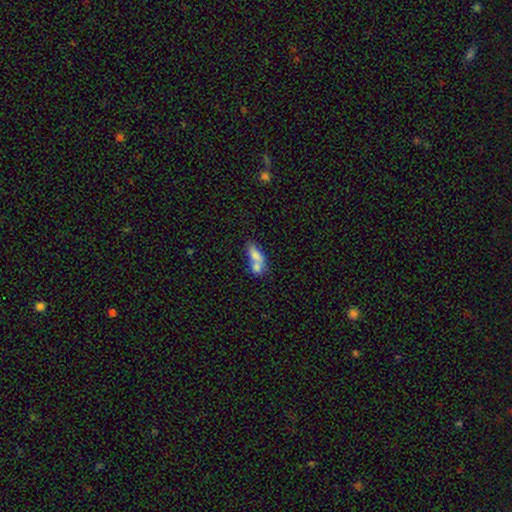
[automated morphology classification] Smooth or featured: smooth — 71% (featured or disk — 20%)
How rounded: in between — 76% (cigar-shaped — 15%)
Merging: merger — 63% (none — 22%)